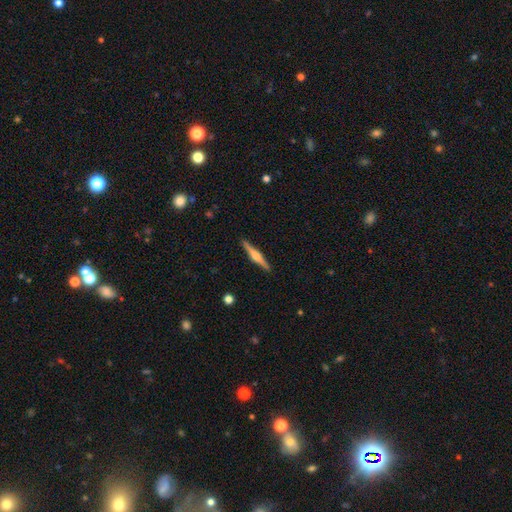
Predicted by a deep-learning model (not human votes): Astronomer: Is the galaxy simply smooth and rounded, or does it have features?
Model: featured or disk — 74%.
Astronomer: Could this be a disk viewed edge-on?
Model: yes — 98%.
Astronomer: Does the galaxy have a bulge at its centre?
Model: rounded — 89%.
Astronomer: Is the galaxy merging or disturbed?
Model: none — 91%.